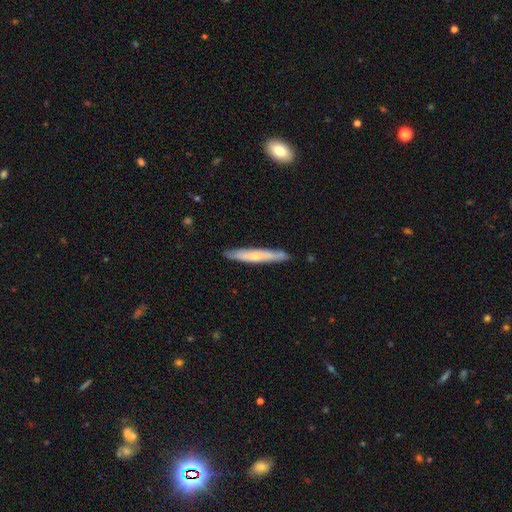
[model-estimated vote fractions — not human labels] Smooth or featured: featured or disk — 48% (smooth — 46%)
Merging: none — 87% (minor disturbance — 10%)